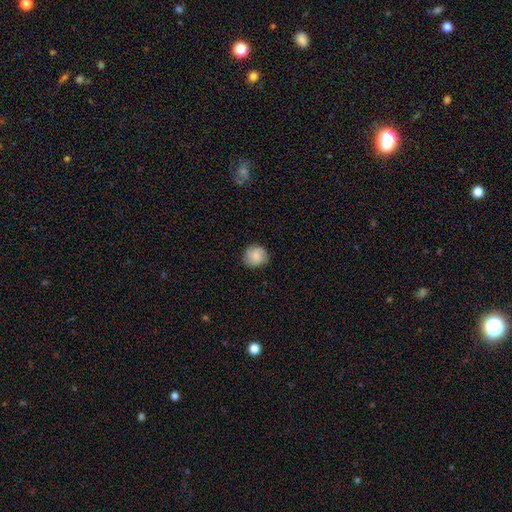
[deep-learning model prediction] A smooth galaxy with no disk features (70%) that is round (86%). Merging: none (84%).